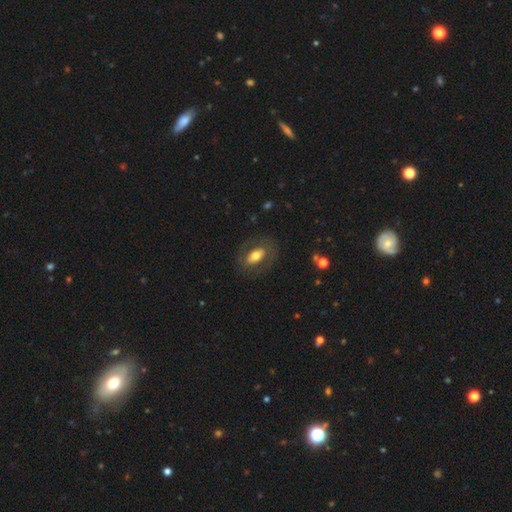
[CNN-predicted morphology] A smooth galaxy with no disk features (58%) that is in between round and cigar-shaped (88%). Merging: none (76%).